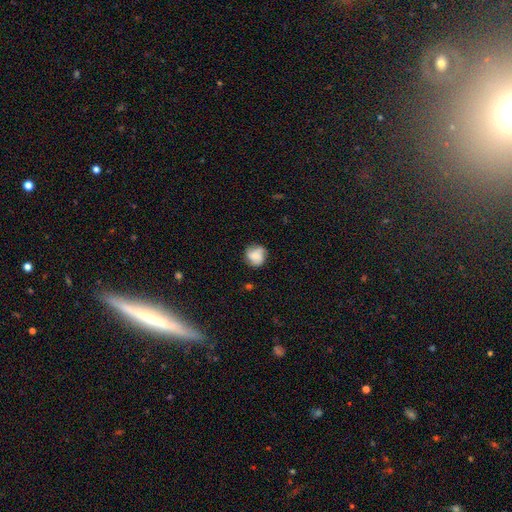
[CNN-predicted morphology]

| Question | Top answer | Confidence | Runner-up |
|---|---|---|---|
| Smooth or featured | smooth | 51% | featured or disk (40%) |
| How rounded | round | 82% | in between (17%) |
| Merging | none | 75% | minor disturbance (18%) |